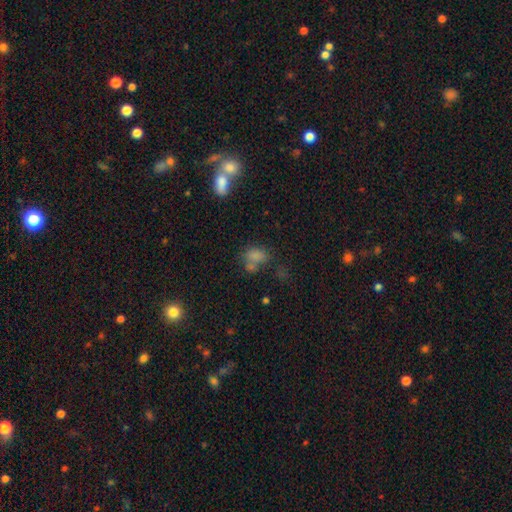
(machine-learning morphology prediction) This is likely a smooth galaxy (73%). How rounded: likely in between (72%). Merging: marginally merger (36%, tied with none).